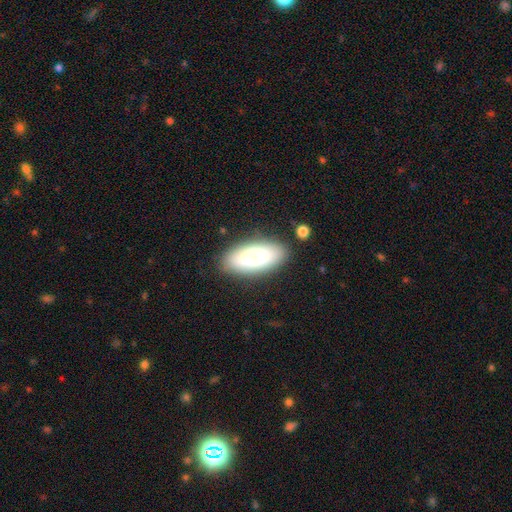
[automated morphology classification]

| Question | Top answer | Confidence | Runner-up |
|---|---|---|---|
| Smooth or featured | smooth | 74% | featured or disk (19%) |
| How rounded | in between | 86% | cigar-shaped (11%) |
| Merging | none | 84% | minor disturbance (11%) |